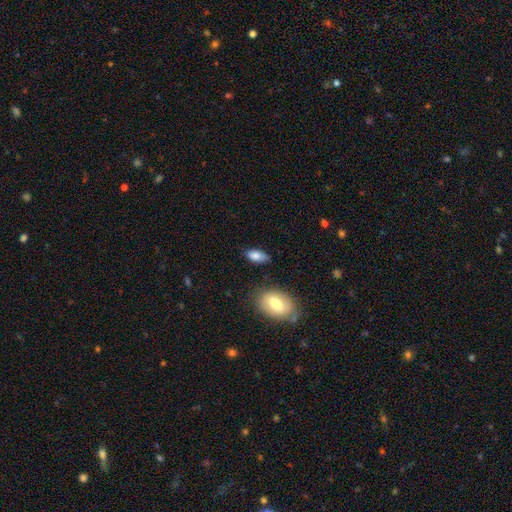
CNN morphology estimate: This appears to be a smooth galaxy with no disk features (84%) that is in between round and cigar-shaped (89%). Merging: none (76%).